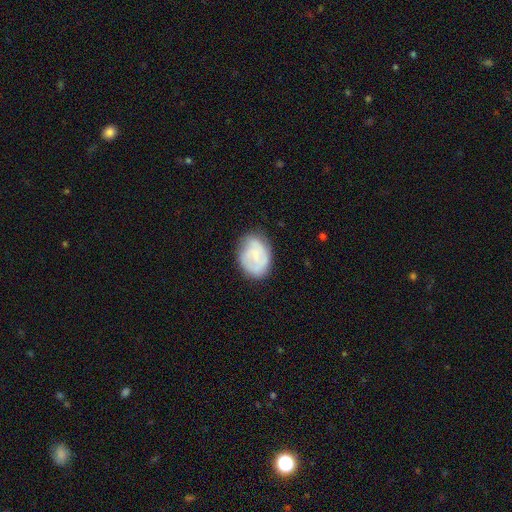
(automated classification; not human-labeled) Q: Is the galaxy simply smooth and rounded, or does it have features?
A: smooth — 55%.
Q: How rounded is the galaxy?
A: in between — 66%.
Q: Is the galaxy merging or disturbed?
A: none — 66%.